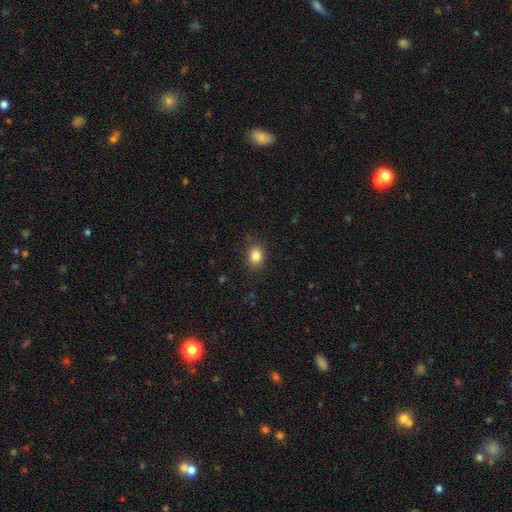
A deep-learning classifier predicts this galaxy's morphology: This appears to be a smooth galaxy with no disk features (85%) that is in between round and cigar-shaped (59%). Merging: none (83%).